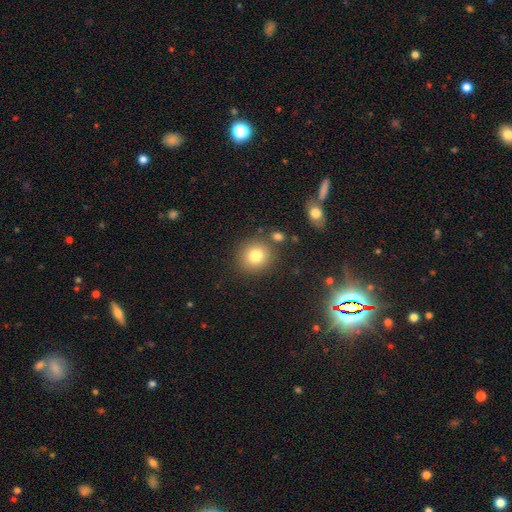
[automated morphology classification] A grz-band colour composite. It shows a smooth galaxy with no disk features (80%) that is round (86%). Merging: none (81%).